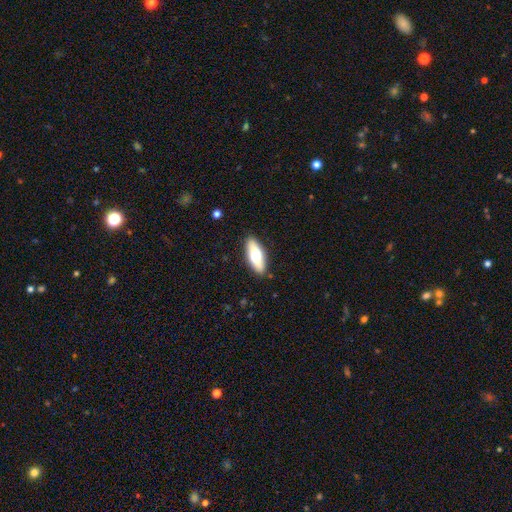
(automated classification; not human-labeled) A smooth galaxy with no disk features (66%) that is in between round and cigar-shaped (70%). Merging: none (88%).